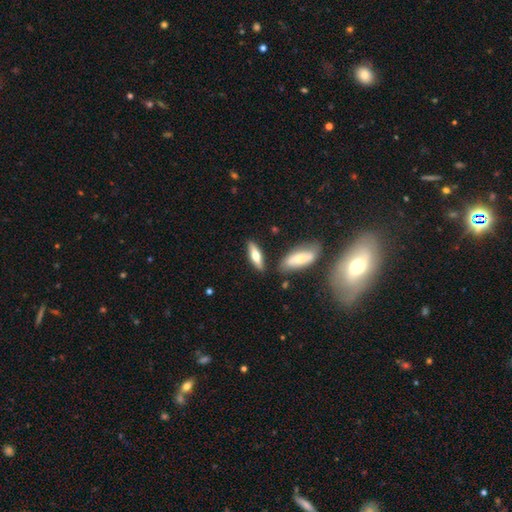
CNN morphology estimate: The model was most divided on "smooth or featured": smooth: 52%, featured or disk: 42%, star or artifact: 6%. More confident: merging — none (80%); how rounded — cigar-shaped (57%).